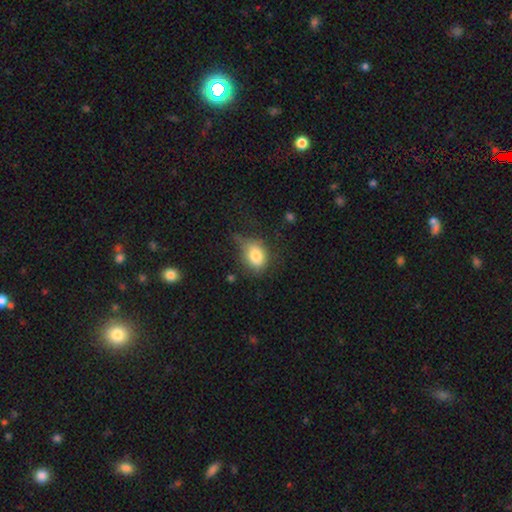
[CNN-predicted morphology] Smooth or featured?
  - smooth: 80% *
  - featured or disk: 11%
  - star or artifact: 9%
How rounded?
  - in between: 66% *
  - round: 32%
  - cigar-shaped: 1%
Merging?
  - none: 50% *
  - minor disturbance: 32%
  - major disturbance: 15%
  - merger: 3%